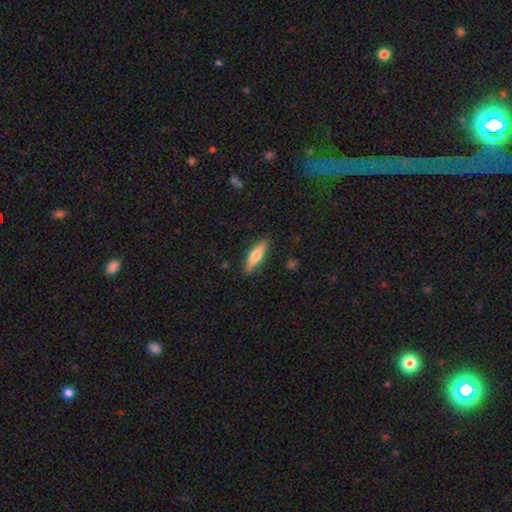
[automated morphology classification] smooth-or-featured: smooth: 63% | featured or disk: 32% | star or artifact: 6%
  how-rounded: cigar-shaped: 61% | in between: 37% | round: 2%
  merging: none: 87% | minor disturbance: 9% | major disturbance: 2% | merger: 1%